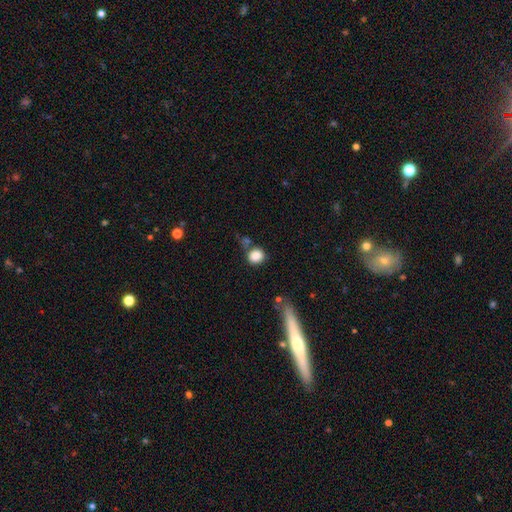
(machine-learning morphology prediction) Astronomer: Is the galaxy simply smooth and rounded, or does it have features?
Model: smooth — 86%.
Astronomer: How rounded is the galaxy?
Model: round — 76%.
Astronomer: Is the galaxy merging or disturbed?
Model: none — 67%.